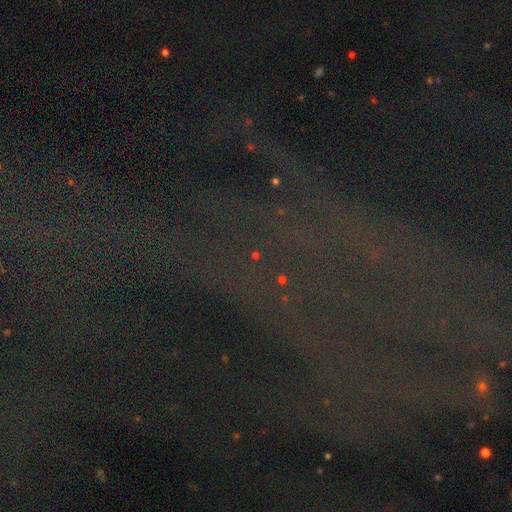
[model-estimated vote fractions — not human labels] Smooth or featured? star or artifact (80%)